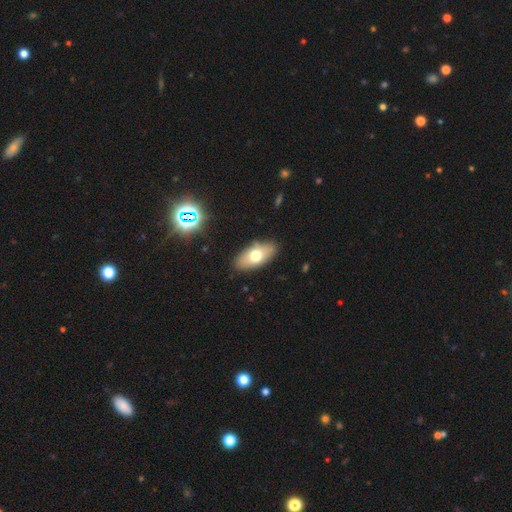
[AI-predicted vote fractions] This appears to be a smooth galaxy with no disk features (67%) that is in between round and cigar-shaped (89%). Merging: none (86%).